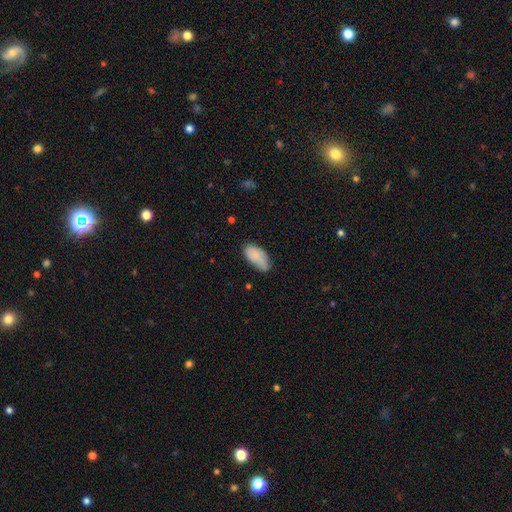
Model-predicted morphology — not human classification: Overall: smooth (77%). How rounded: in between (93%). Merging: none (56%; minor disturbance 34%).